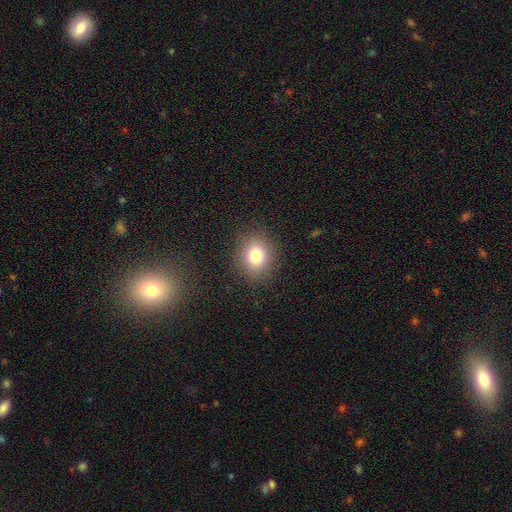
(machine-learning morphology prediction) Overall: smooth (79%). How rounded: round (68%; in between 31%). Merging: none (87%).